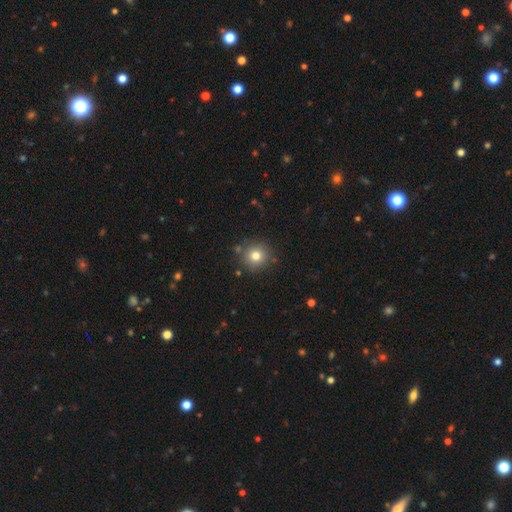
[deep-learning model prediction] This appears to be a smooth galaxy with no disk features (78%) that is round (93%). Merging: none (85%).